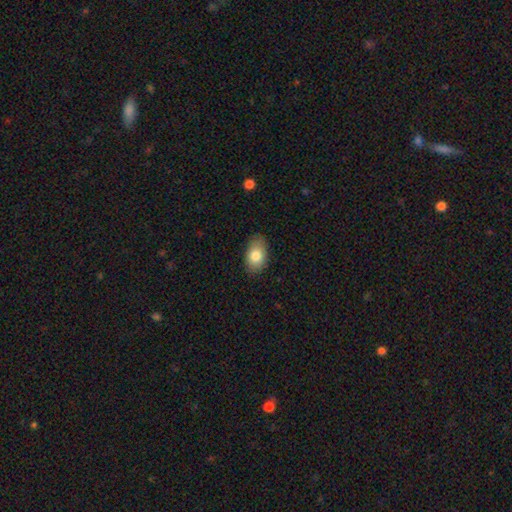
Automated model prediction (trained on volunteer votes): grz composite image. It shows a smooth galaxy with no disk features (81%) that is in between round and cigar-shaped (88%). Merging: none (83%).